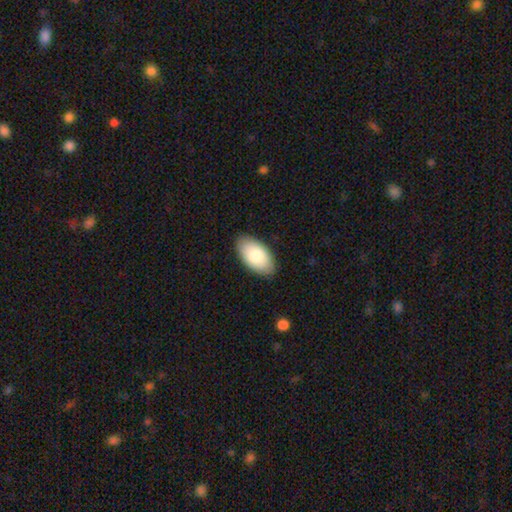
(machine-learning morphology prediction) A smooth galaxy with no disk features (82%) that is in between round and cigar-shaped (96%).

Vote fractions:
- Smooth or featured? smooth: 82% / featured or disk: 12% / star or artifact: 6%
- How rounded? in between: 96% / round: 3% / cigar-shaped: 2%
- Merging? none: 86% / minor disturbance: 11% / major disturbance: 2% / merger: 1%